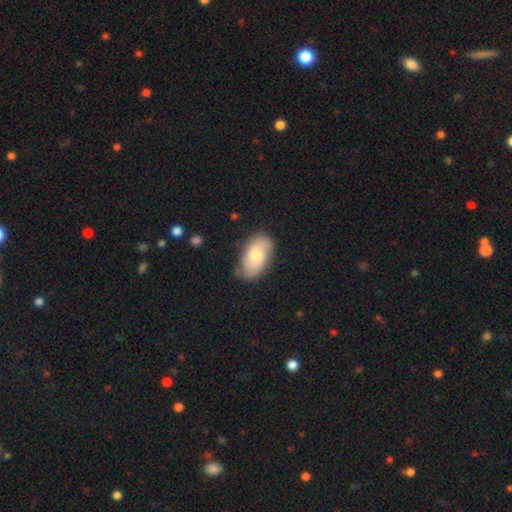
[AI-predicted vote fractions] Q: Smooth or featured?
A: smooth (51%); runner-up: featured or disk (42%)
Q: How rounded?
A: in between (93%); runner-up: round (5%)
Q: Merging?
A: none (74%); runner-up: minor disturbance (20%)